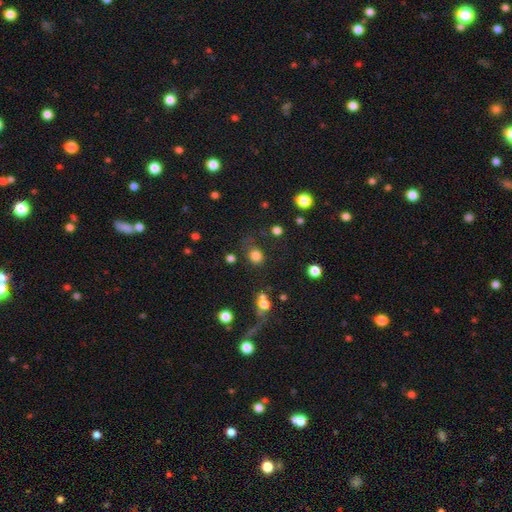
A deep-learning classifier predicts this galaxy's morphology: smooth_or_featured: smooth (p=0.79) [alt: star or artifact p=0.15]
how_rounded: round (p=0.74) [alt: in between p=0.25]
merging: none (p=0.70) [alt: minor disturbance p=0.16]